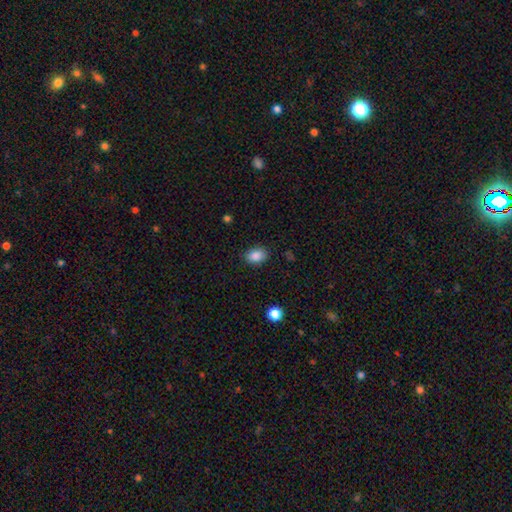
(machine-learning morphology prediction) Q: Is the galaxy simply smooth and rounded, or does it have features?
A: smooth — 87%.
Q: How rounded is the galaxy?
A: in between — 79%.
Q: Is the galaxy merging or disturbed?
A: none — 84%.